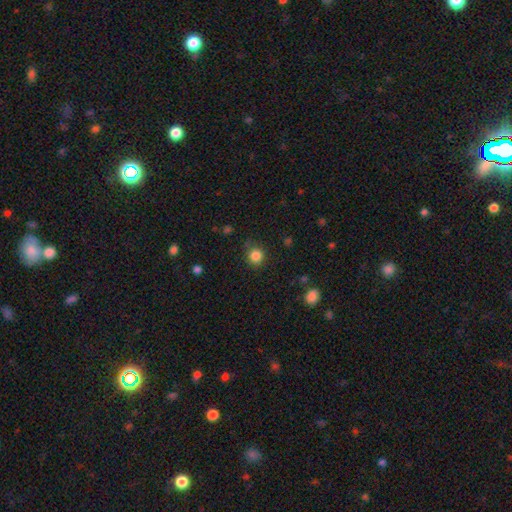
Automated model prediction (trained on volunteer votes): smooth-or-featured: smooth: 84% | star or artifact: 12% | featured or disk: 4%
  how-rounded: round: 89% | in between: 10% | cigar-shaped: 1%
  merging: none: 82% | minor disturbance: 12% | major disturbance: 4% | merger: 2%